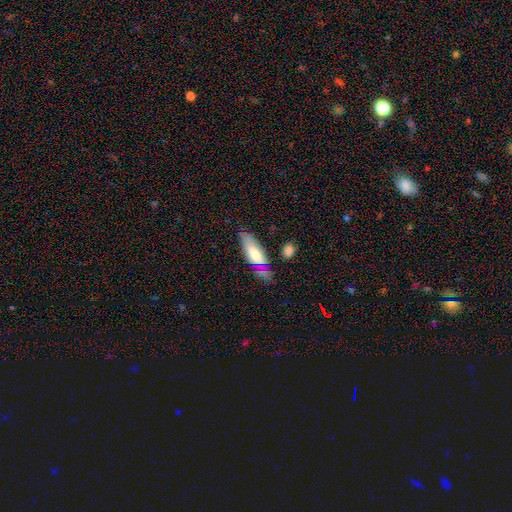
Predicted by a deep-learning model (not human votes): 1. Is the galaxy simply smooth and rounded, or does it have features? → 67% smooth, 24% featured or disk, 8% star or artifact.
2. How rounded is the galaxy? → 65% in between, 32% cigar-shaped, 3% round.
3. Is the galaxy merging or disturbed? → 65% none, 23% minor disturbance, 6% major disturbance, 6% merger.